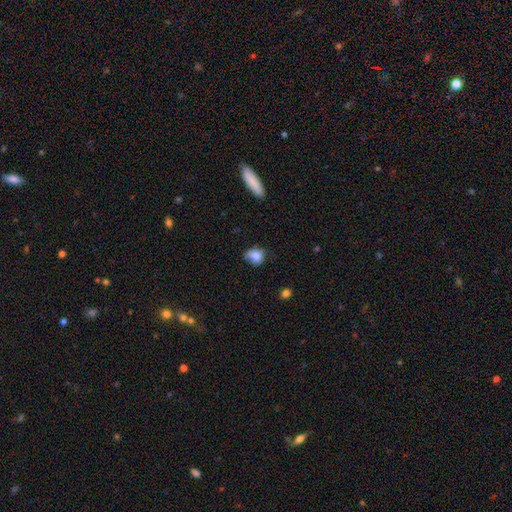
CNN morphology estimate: A smooth galaxy with no disk features (78%) that is round (59%).

Vote fractions:
- Smooth or featured? smooth: 78% / featured or disk: 13% / star or artifact: 9%
- How rounded? round: 59% / in between: 40% / cigar-shaped: 1%
- Merging? none: 48% / minor disturbance: 38% / major disturbance: 12% / merger: 3%